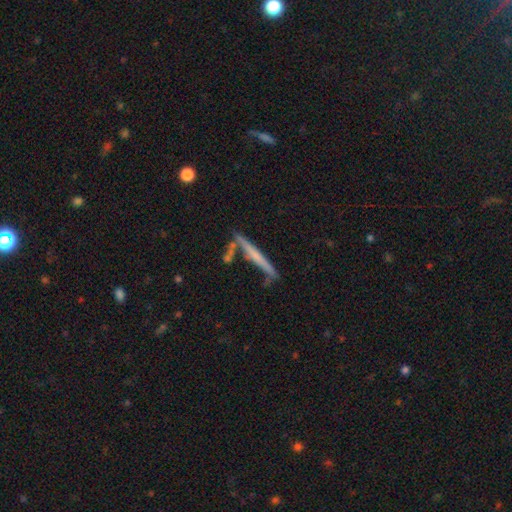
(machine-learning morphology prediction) Smooth or featured: featured or disk — 54% (smooth — 39%)
Edge-on disk: yes — 96% (no — 4%)
Edge-on bulge: none — 62% (rounded — 28%)
Merging: none — 69% (minor disturbance — 15%)